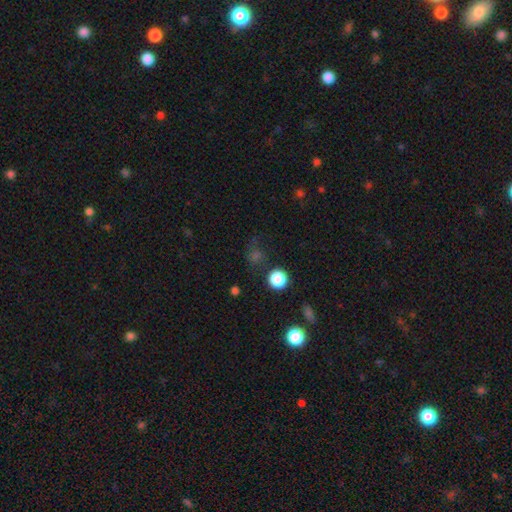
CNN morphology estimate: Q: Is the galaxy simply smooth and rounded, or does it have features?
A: smooth — 50%.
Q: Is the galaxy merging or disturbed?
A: none — 70%.